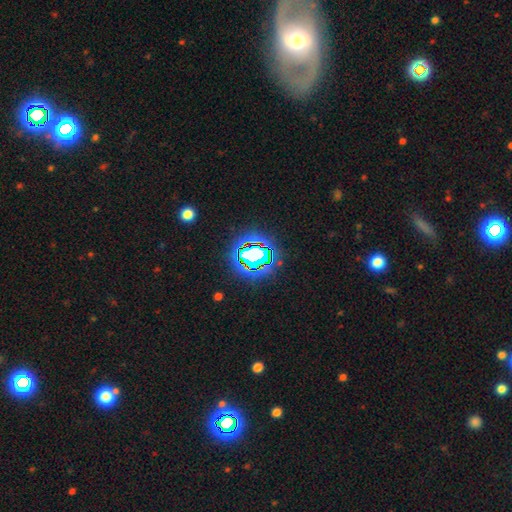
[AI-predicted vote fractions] Smooth or featured?
  - star or artifact: 71% *
  - smooth: 17%
  - featured or disk: 12%